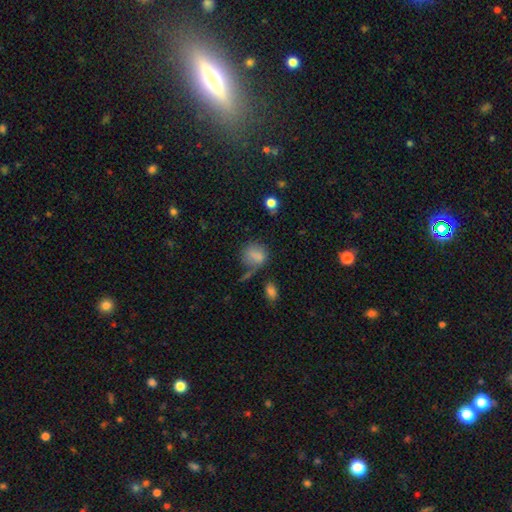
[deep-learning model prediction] Overall: smooth (76%). How rounded: round (62%; in between 36%). Merging: none (48%; minor disturbance 23%).